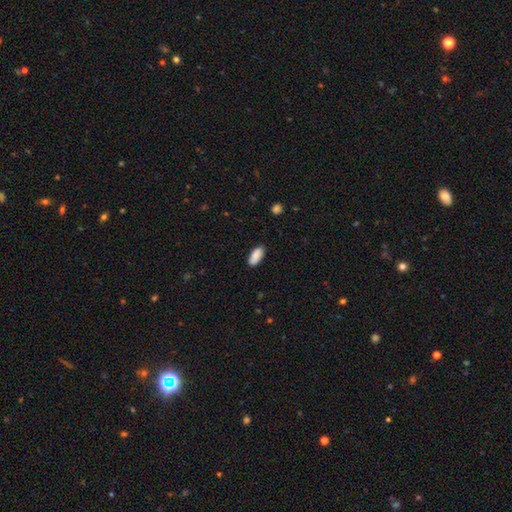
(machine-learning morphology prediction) Q: Smooth or featured?
A: smooth (88%); runner-up: star or artifact (6%)
Q: How rounded?
A: in between (87%); runner-up: cigar-shaped (11%)
Q: Merging?
A: none (86%); runner-up: minor disturbance (11%)